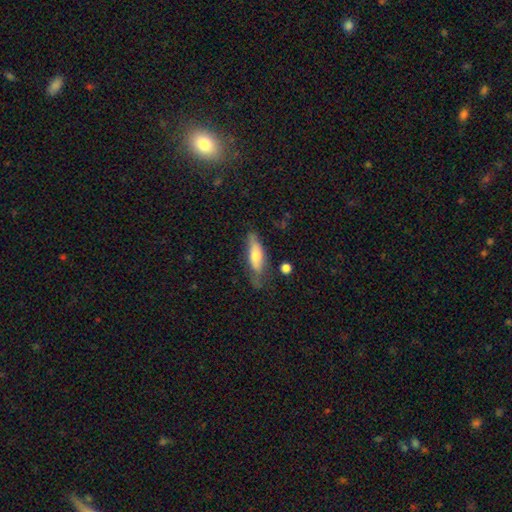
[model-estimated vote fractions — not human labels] Smooth or featured?
  - smooth: 59% *
  - featured or disk: 34%
  - star or artifact: 6%
How rounded?
  - cigar-shaped: 53% *
  - in between: 44%
  - round: 2%
Merging?
  - none: 61% *
  - minor disturbance: 27%
  - major disturbance: 9%
  - merger: 3%